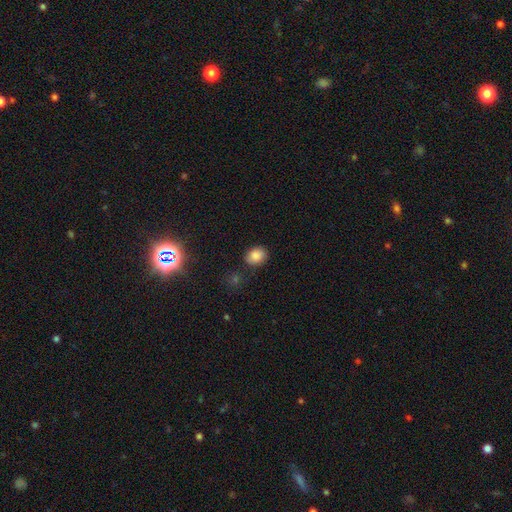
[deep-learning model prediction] Q: Smooth or featured?
A: smooth (85%); runner-up: star or artifact (10%)
Q: How rounded?
A: in between (59%); runner-up: round (40%)
Q: Merging?
A: none (79%); runner-up: minor disturbance (14%)